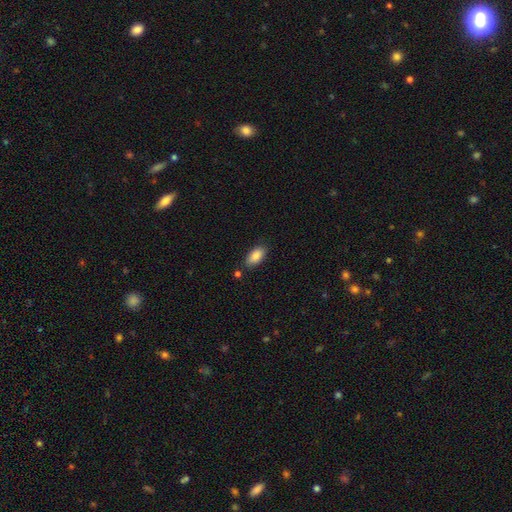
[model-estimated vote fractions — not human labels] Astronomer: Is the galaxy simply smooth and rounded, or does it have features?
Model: smooth — 87%.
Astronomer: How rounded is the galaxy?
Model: in between — 92%.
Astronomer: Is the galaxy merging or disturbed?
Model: none — 81%.